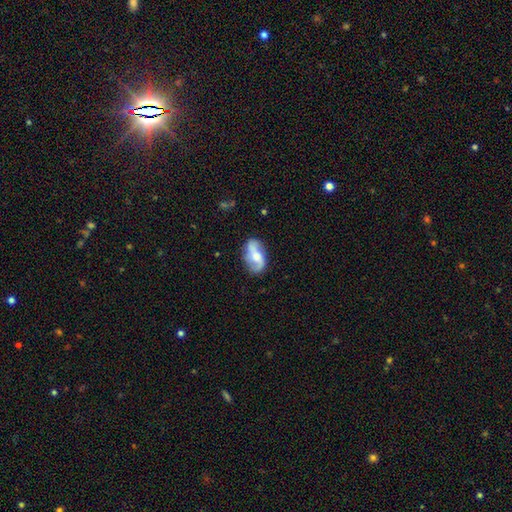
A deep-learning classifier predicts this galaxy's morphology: Smooth or featured? Predicted: featured or disk (p=0.67). Edge-on disk? Predicted: no (p=0.94). Bar? Predicted: no (p=0.47). Spiral arms? Predicted: yes (p=0.87). Spiral winding? Predicted: loose (p=0.61). Spiral arm count? Predicted: 2 (p=0.88). Bulge size? Predicted: moderate (p=0.57). Merging? Predicted: none (p=0.70).